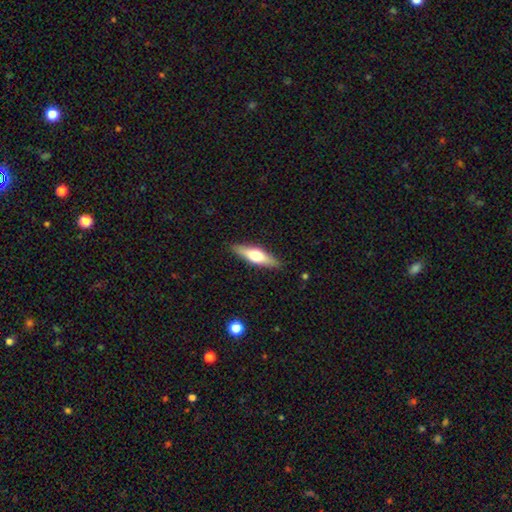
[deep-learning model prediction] Smooth or featured? featured or disk (50%)
Merging? none (89%)